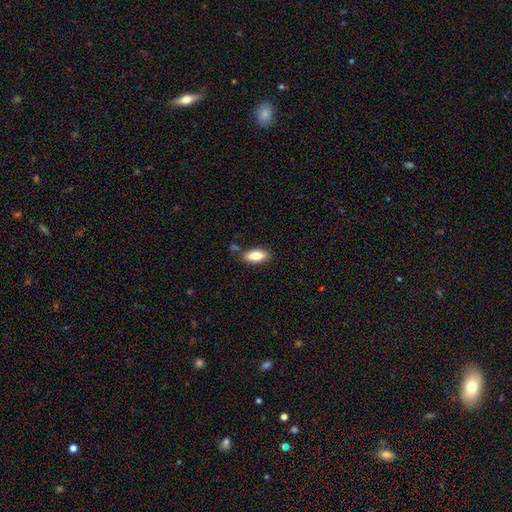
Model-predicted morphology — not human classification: smooth_or_featured: smooth (p=0.85) [alt: featured or disk p=0.08]
how_rounded: in between (p=0.85) [alt: cigar-shaped p=0.12]
merging: none (p=0.76) [alt: minor disturbance p=0.15]